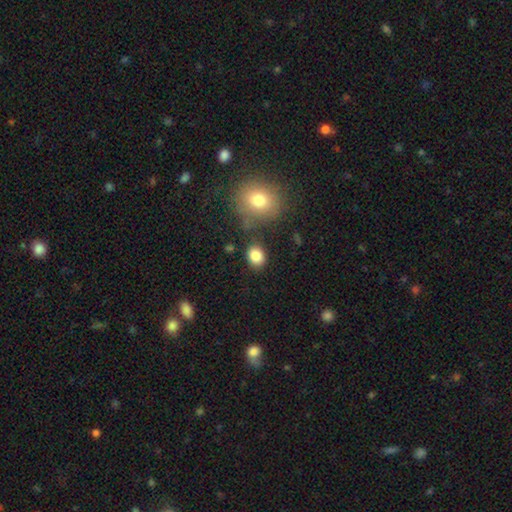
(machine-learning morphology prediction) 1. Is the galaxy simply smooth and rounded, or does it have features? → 85% smooth, 9% star or artifact, 6% featured or disk.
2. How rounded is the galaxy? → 50% in between, 49% round, 1% cigar-shaped.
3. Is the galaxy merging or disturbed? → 79% none, 12% minor disturbance, 6% merger, 4% major disturbance.